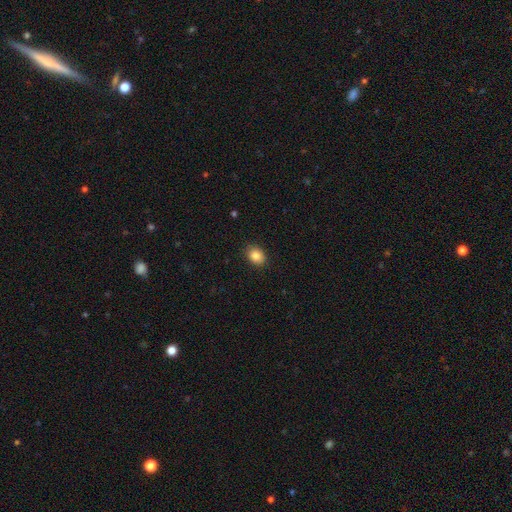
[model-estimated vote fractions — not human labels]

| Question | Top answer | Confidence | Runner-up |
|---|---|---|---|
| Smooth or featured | smooth | 86% | star or artifact (9%) |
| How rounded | in between | 59% | round (40%) |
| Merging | none | 88% | minor disturbance (9%) |